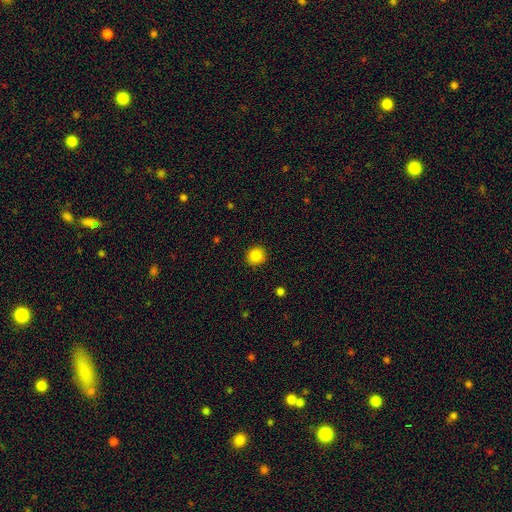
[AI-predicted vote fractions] smooth-or-featured: smooth: 87% | star or artifact: 10% | featured or disk: 3%
  how-rounded: round: 91% | in between: 8% | cigar-shaped: 1%
  merging: none: 91% | minor disturbance: 6% | major disturbance: 2% | merger: 1%